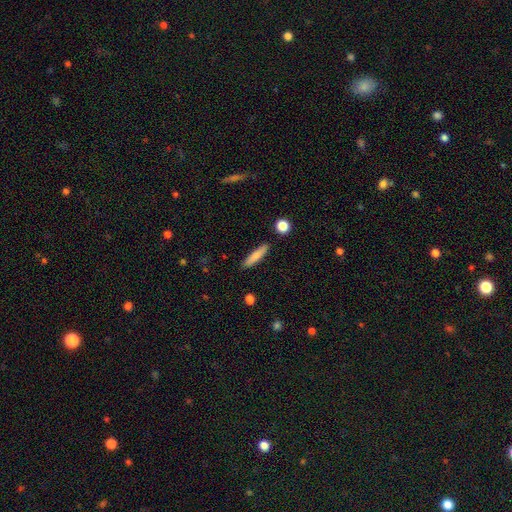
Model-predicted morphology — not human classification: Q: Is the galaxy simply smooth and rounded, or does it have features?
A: smooth — 77%.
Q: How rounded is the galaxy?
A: cigar-shaped — 84%.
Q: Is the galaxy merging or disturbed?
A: none — 89%.